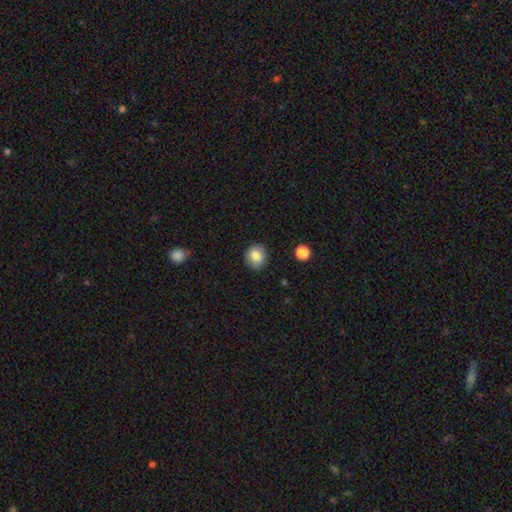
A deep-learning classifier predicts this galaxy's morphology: Smooth or featured? Predicted: smooth (p=0.83). How rounded? Predicted: round (p=0.80). Merging? Predicted: none (p=0.89).